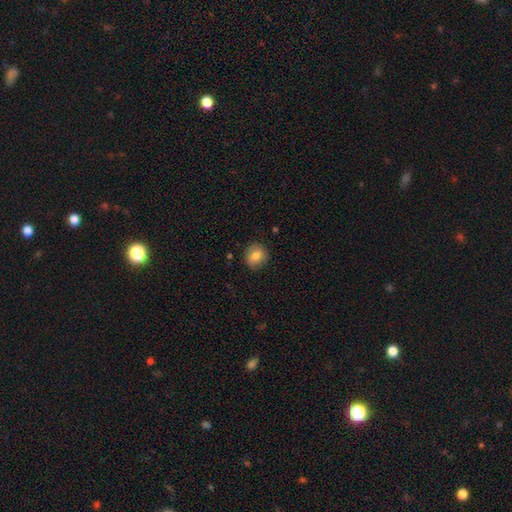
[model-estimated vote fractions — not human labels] Q: Smooth or featured?
A: smooth (80%); runner-up: featured or disk (12%)
Q: How rounded?
A: round (83%); runner-up: in between (16%)
Q: Merging?
A: none (88%); runner-up: minor disturbance (9%)